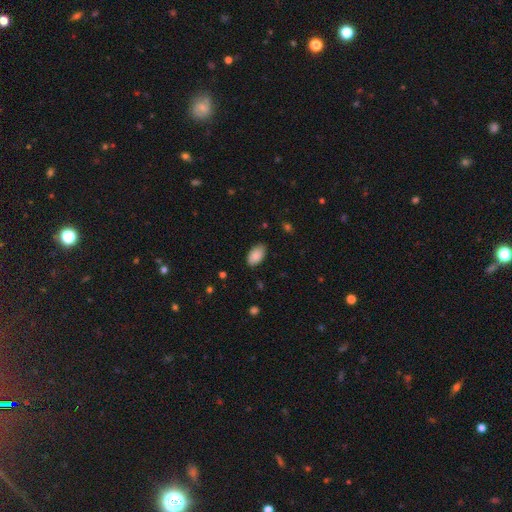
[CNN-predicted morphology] smooth_or_featured: smooth (p=0.88) [alt: star or artifact p=0.07]
how_rounded: in between (p=0.94) [alt: round p=0.04]
merging: none (p=0.83) [alt: minor disturbance p=0.13]